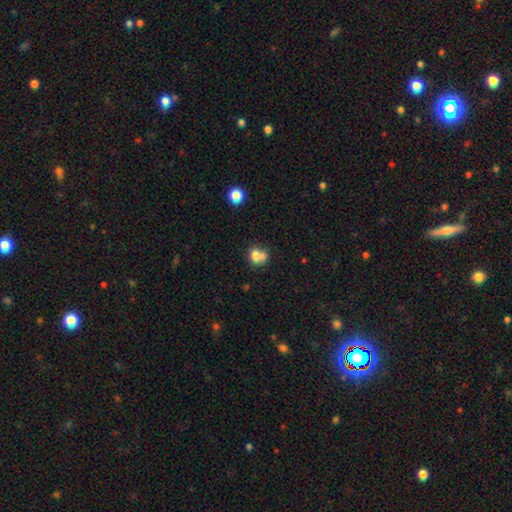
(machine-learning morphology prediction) Smooth or featured? smooth (73%)
How rounded? round (67%)
Merging? merger (51%)